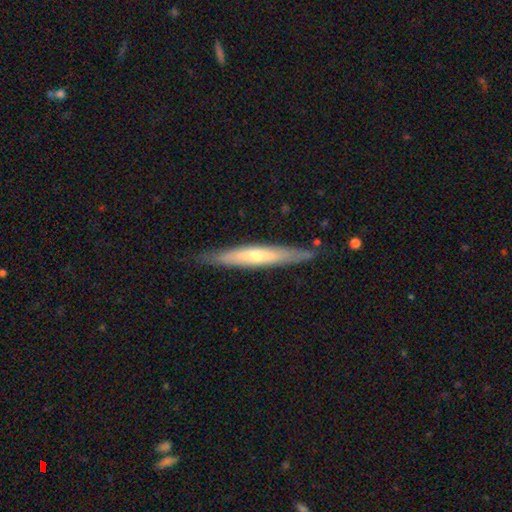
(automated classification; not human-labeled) The model was most divided on "smooth or featured": featured or disk: 56%, smooth: 38%, star or artifact: 5%. More confident: edge-on disk — yes (85%); merging — none (83%).